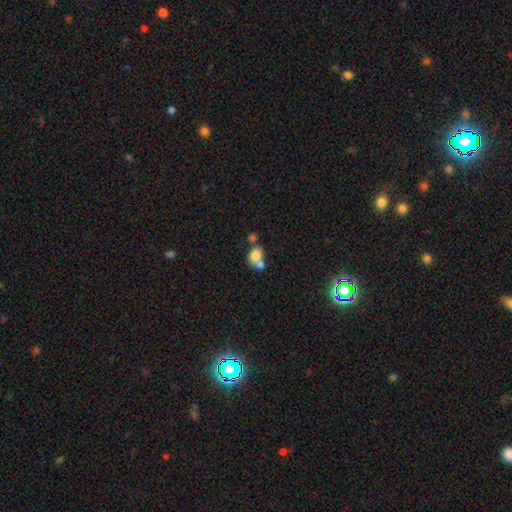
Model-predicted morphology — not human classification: A smooth galaxy with no disk features (78%) that is in between round and cigar-shaped (50%).

Vote fractions:
- Smooth or featured? smooth: 78% / featured or disk: 13% / star or artifact: 10%
- How rounded? in between: 50% / round: 49% / cigar-shaped: 1%
- Merging? merger: 54% / none: 32% / minor disturbance: 9% / major disturbance: 5%